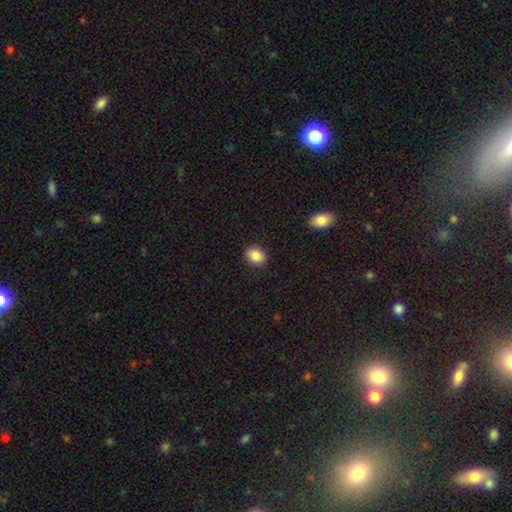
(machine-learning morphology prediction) Smooth or featured? smooth (86%)
How rounded? round (62%)
Merging? none (90%)